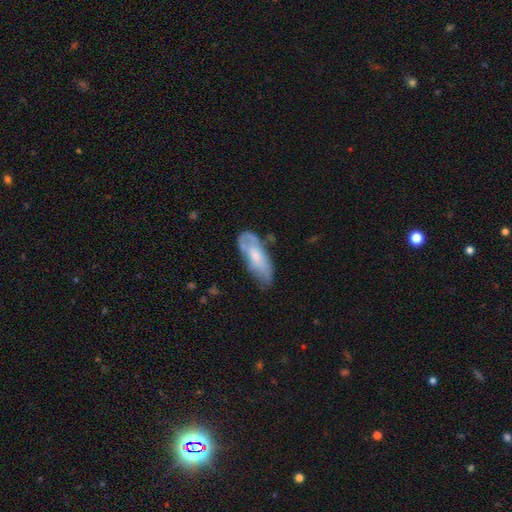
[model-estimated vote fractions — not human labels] Smooth or featured? Predicted: smooth (p=0.47). Merging? Predicted: none (p=0.48).